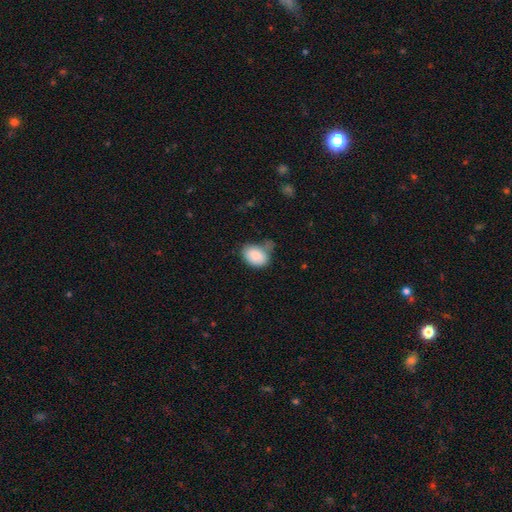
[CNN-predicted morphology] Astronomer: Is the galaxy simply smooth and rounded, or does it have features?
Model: smooth — 84%.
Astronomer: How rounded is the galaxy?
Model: in between — 80%.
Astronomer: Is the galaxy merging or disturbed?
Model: none — 42% (runner-up: minor disturbance, 37%).